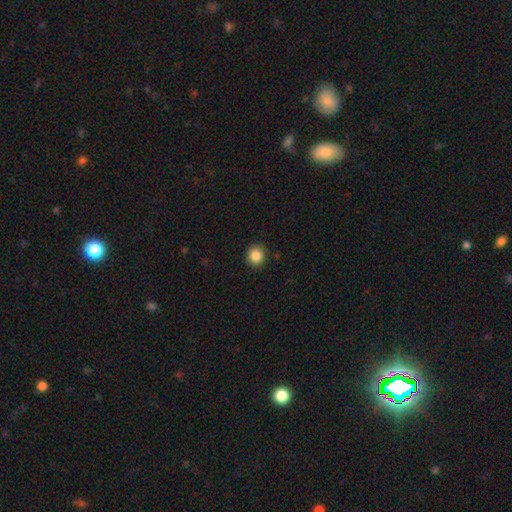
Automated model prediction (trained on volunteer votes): smooth-or-featured: smooth: 86% | star or artifact: 10% | featured or disk: 4%
  how-rounded: round: 88% | in between: 11% | cigar-shaped: 1%
  merging: none: 89% | minor disturbance: 8% | major disturbance: 2% | merger: 1%